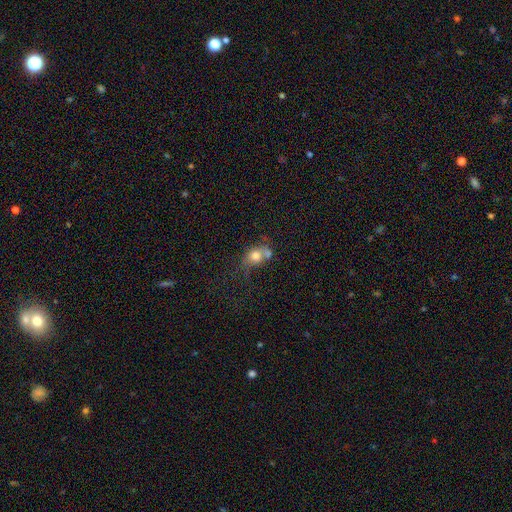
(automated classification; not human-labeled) Overall: smooth (73%). How rounded: round (53%; in between 46%). Merging: merger (45%; none 32%).